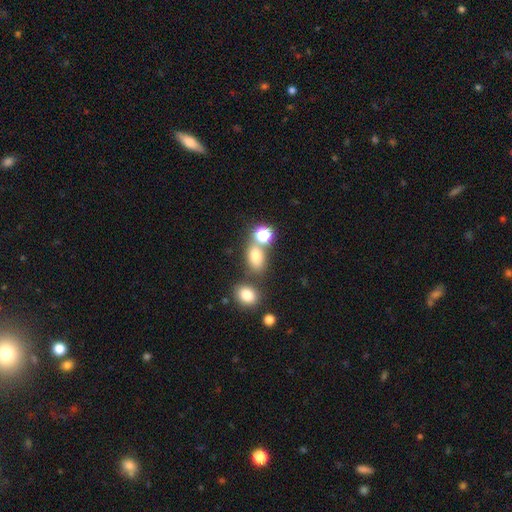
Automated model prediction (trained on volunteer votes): Smooth or featured? smooth (73%)
How rounded? in between (64%)
Merging? none (58%)